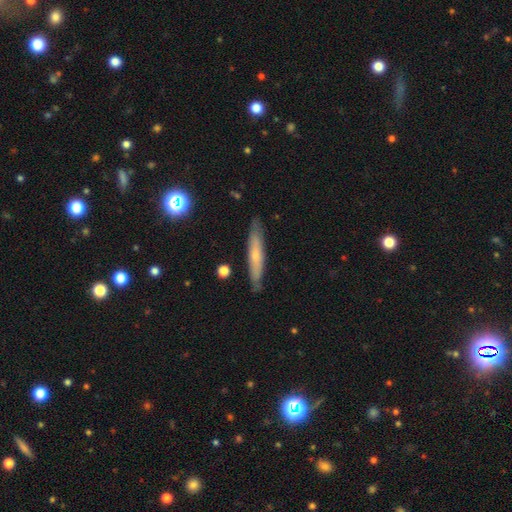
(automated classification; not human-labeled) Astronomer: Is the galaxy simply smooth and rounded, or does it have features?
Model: smooth — 48% (runner-up: featured or disk, 45%).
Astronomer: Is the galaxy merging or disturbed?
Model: none — 86%.